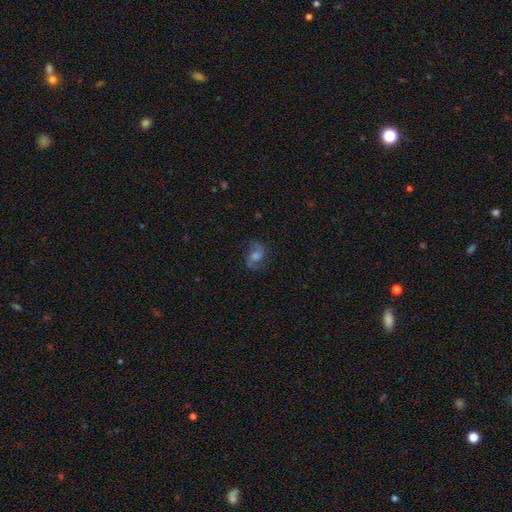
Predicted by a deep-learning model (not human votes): smooth-or-featured: featured or disk: 72% | smooth: 16% | star or artifact: 13%
  disk-edge-on: no: 97% | yes: 3%
    bar: no: 46% | weak: 43% | strong: 12%
    has-spiral-arms: yes: 94% | no: 6%
      spiral-winding: medium: 50% | loose: 35% | tight: 14%
      spiral-arm-count: 2: 89% | can't tell: 5% | 1: 2% | 3: 2% | 4: 1% | more than 4: 1%
    bulge-size: moderate: 46% | small: 23% | large: 19% | none: 10% | dominant: 3%
  merging: none: 77% | minor disturbance: 14% | major disturbance: 7% | merger: 1%